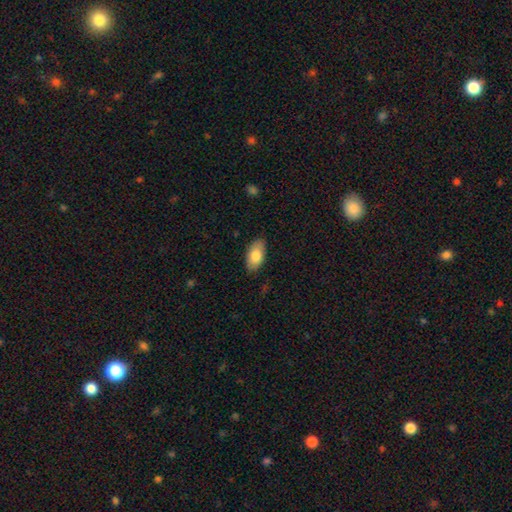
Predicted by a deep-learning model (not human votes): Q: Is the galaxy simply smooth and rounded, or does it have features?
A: smooth — 80%.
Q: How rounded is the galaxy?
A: in between — 94%.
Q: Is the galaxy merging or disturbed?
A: none — 84%.